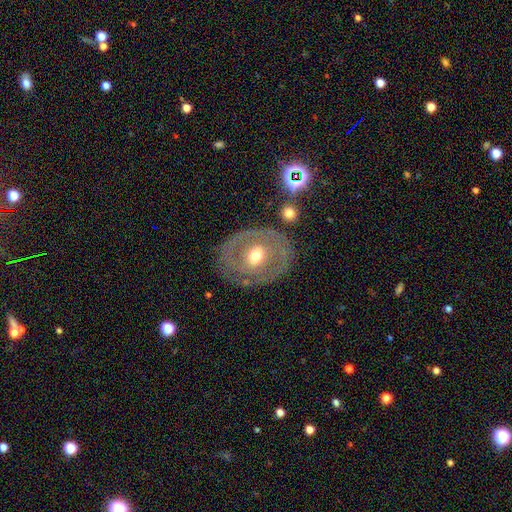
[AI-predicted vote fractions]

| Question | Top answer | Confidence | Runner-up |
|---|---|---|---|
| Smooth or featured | featured or disk | 65% | smooth (29%) |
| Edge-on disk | no | 94% | yes (6%) |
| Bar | no | 56% | weak (31%) |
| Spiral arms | no | 64% | yes (36%) |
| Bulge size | moderate | 70% | small (21%) |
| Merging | none | 75% | minor disturbance (14%) |